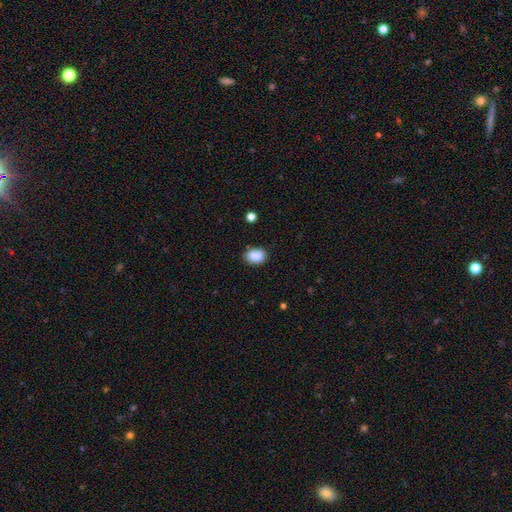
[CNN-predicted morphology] Smooth or featured? smooth (87%)
How rounded? in between (71%)
Merging? none (78%)